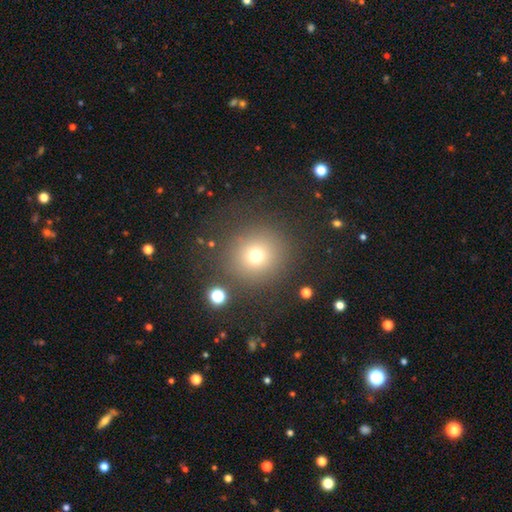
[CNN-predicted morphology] The model was most divided on "smooth or featured": smooth: 71%, star or artifact: 19%, featured or disk: 10%. More confident: how rounded — round (92%); merging — none (84%).